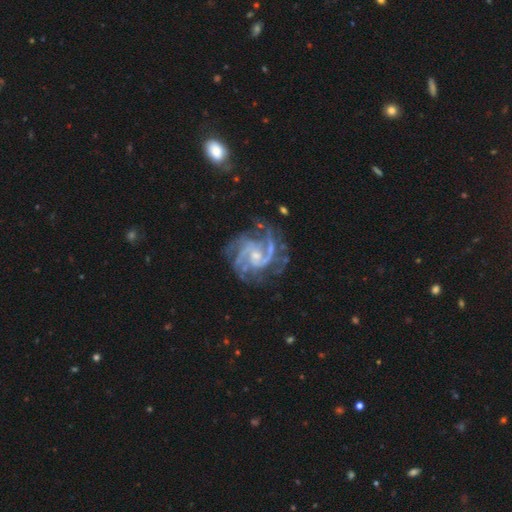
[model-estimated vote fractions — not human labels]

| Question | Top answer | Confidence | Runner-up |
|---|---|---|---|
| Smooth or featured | featured or disk | 91% | star or artifact (6%) |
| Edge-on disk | no | 98% | yes (2%) |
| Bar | no | 51% | weak (38%) |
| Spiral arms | yes | 98% | no (2%) |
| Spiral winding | medium | 48% | tight (43%) |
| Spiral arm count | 3 | 34% | 2 (29%) |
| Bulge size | small | 62% | moderate (31%) |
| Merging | none | 69% | minor disturbance (18%) |